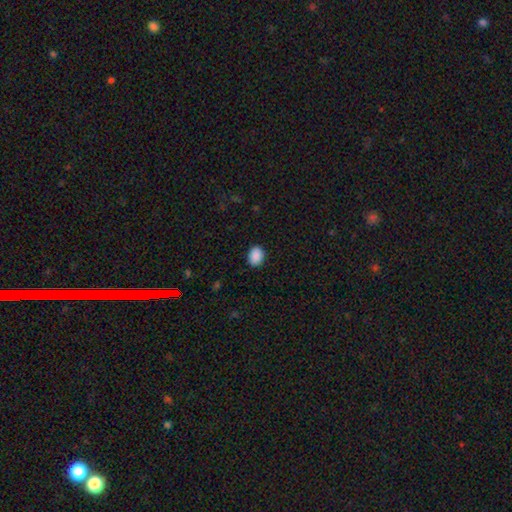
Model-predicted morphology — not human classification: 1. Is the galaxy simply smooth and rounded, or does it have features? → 90% smooth, 8% star or artifact, 2% featured or disk.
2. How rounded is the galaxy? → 67% in between, 32% round, 1% cigar-shaped.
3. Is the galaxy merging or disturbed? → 88% none, 8% minor disturbance, 2% major disturbance, 1% merger.